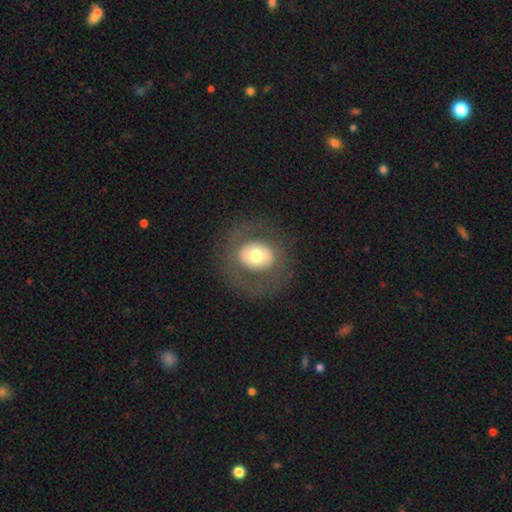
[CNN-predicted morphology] Smooth or featured?
  - smooth: 49% *
  - featured or disk: 43%
  - star or artifact: 8%
Merging?
  - none: 78% *
  - minor disturbance: 10%
  - major disturbance: 10%
  - merger: 1%